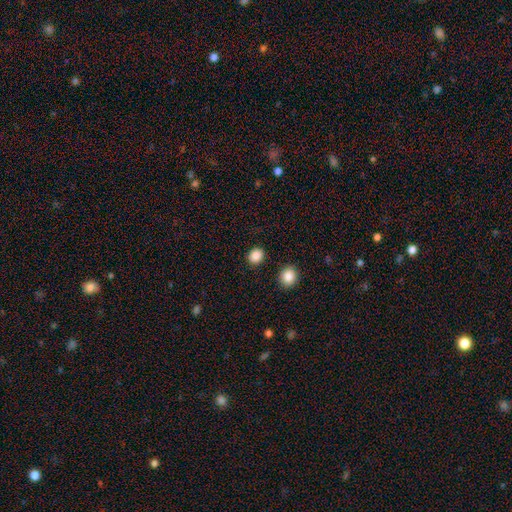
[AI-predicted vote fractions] This appears to be a smooth galaxy with no disk features (87%) that is round (73%). Merging: none (88%).